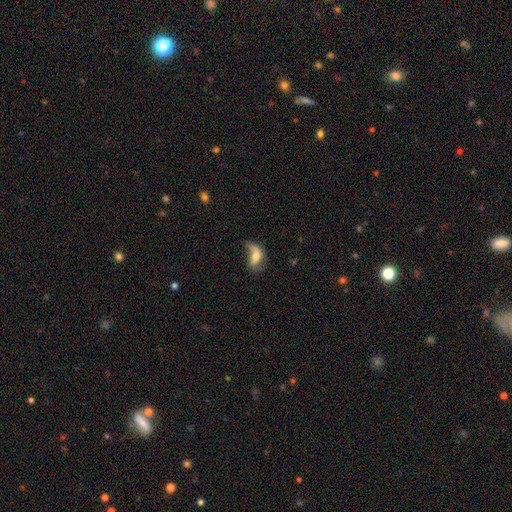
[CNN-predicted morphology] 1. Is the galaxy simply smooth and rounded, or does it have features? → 49% smooth, 41% featured or disk, 9% star or artifact.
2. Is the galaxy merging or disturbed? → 43% major disturbance, 26% none, 24% minor disturbance, 7% merger.